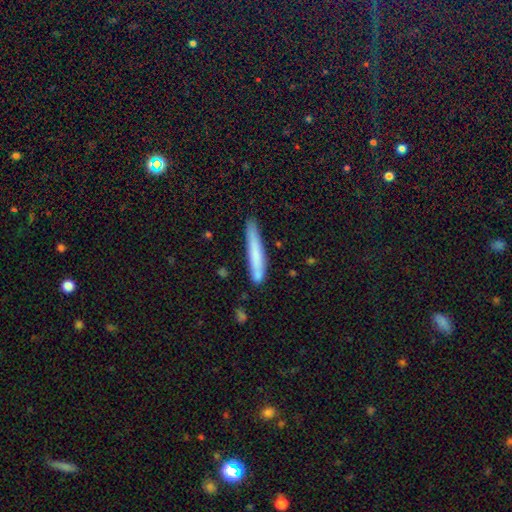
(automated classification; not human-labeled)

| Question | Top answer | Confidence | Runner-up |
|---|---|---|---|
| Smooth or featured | smooth | 73% | featured or disk (21%) |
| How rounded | cigar-shaped | 94% | in between (4%) |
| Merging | none | 77% | minor disturbance (16%) |